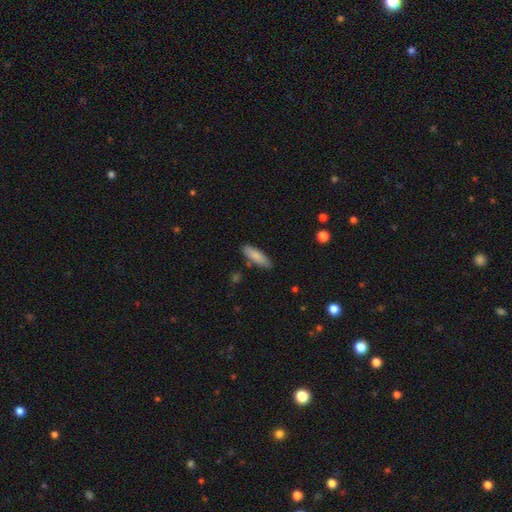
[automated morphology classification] smooth 85%, featured or disk 9%, star or artifact 6%. Down the decision tree: how rounded — in between (51%); merging — none (83%).